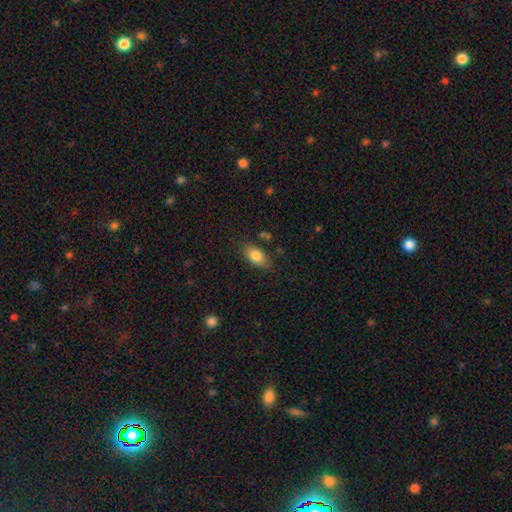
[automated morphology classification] A smooth galaxy with no disk features (82%) that is in between round and cigar-shaped (89%).

Vote fractions:
- Smooth or featured? smooth: 82% / featured or disk: 10% / star or artifact: 8%
- How rounded? in between: 89% / round: 6% / cigar-shaped: 5%
- Merging? none: 81% / minor disturbance: 13% / major disturbance: 3% / merger: 2%